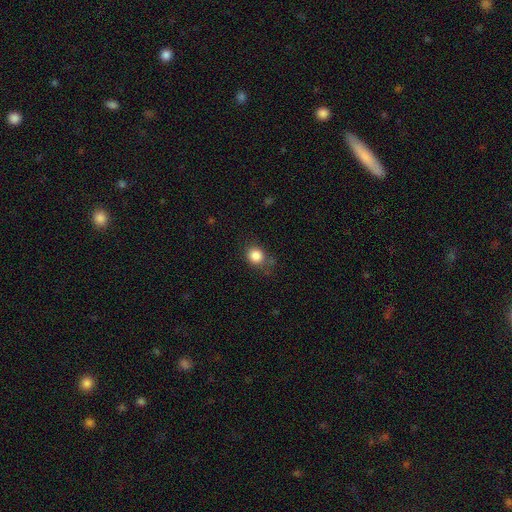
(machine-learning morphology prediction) A smooth galaxy with no disk features (84%) that is round (79%). Merging: none (72%).